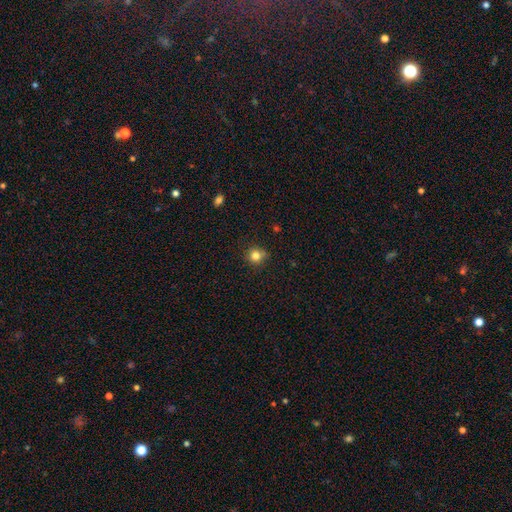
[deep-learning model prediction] Smooth or featured? smooth (82%)
How rounded? round (90%)
Merging? none (77%)